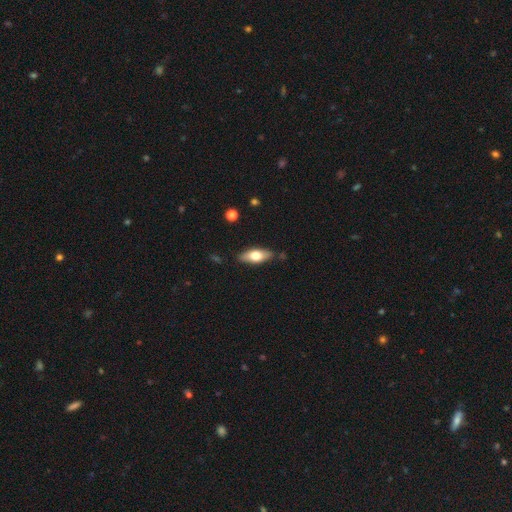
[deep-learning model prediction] A smooth galaxy with no disk features (65%) that is in between round and cigar-shaped (76%).

Vote fractions:
- Smooth or featured? smooth: 65% / featured or disk: 29% / star or artifact: 6%
- How rounded? in between: 76% / cigar-shaped: 22% / round: 3%
- Merging? none: 84% / minor disturbance: 12% / major disturbance: 2% / merger: 2%